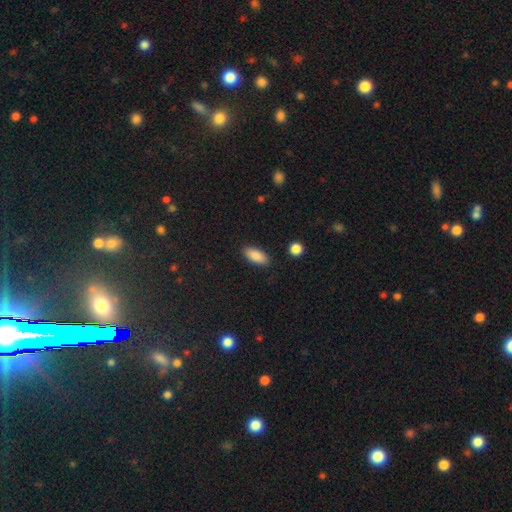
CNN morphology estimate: Smooth or featured?
  - smooth: 87% *
  - star or artifact: 7%
  - featured or disk: 6%
How rounded?
  - in between: 87% *
  - cigar-shaped: 11%
  - round: 2%
Merging?
  - none: 87% *
  - minor disturbance: 9%
  - major disturbance: 2%
  - merger: 2%